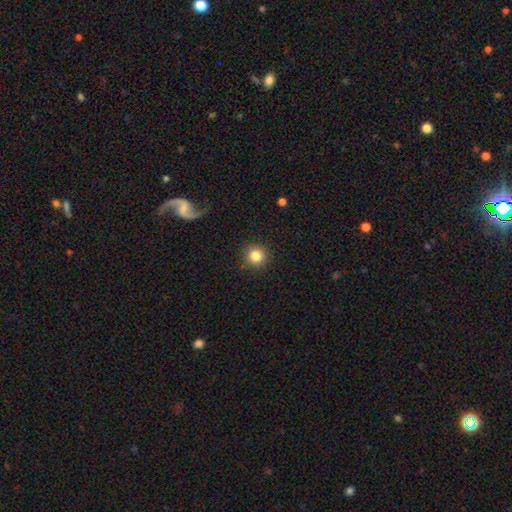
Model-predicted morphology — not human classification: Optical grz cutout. It shows a smooth galaxy with no disk features (84%) that is round (94%). Merging: none (91%).